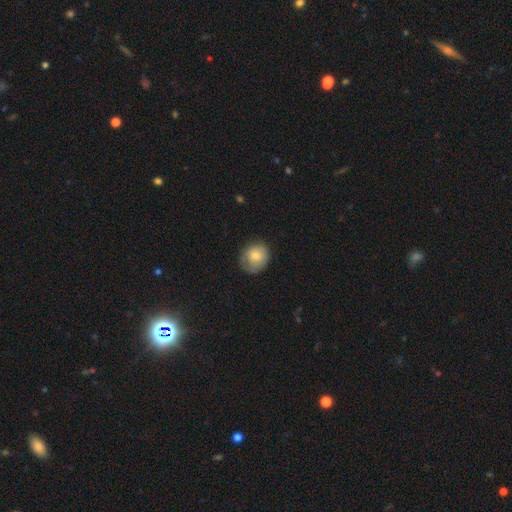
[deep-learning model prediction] smooth 77%, featured or disk 15%, star or artifact 8%. Down the decision tree: how rounded — round (72%); merging — none (69%).